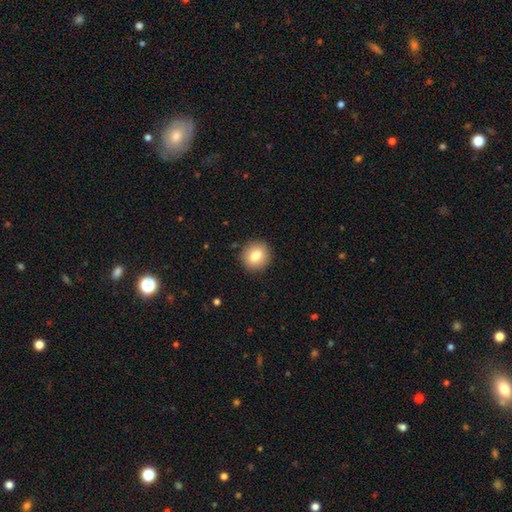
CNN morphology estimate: Smooth or featured? smooth (80%)
How rounded? round (83%)
Merging? none (90%)